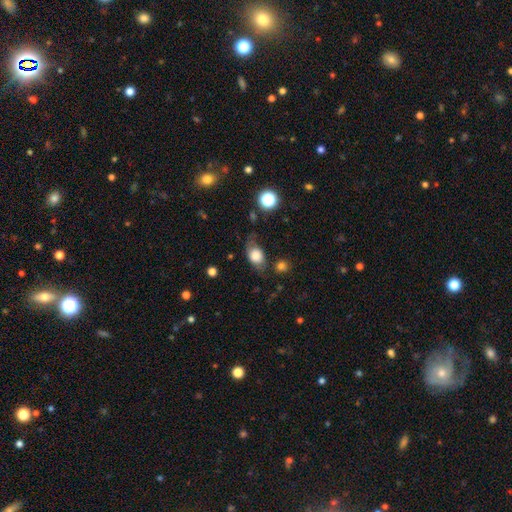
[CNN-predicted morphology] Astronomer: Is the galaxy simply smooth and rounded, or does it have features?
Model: smooth — 74%.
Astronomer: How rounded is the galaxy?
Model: in between — 69%.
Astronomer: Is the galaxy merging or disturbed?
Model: none — 56%.